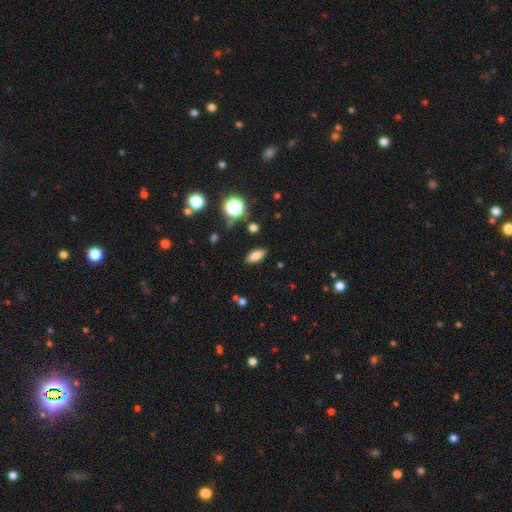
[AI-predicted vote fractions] A smooth galaxy with no disk features (78%) that is in between round and cigar-shaped (79%). Merging: none (86%).